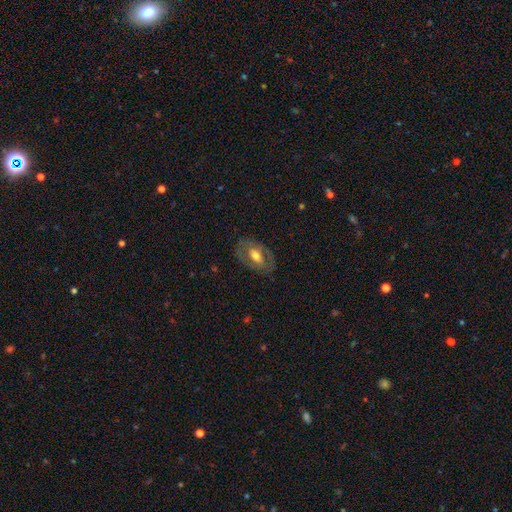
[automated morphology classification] This appears to be a featured or disk galaxy (52%). Merging: none (76%).